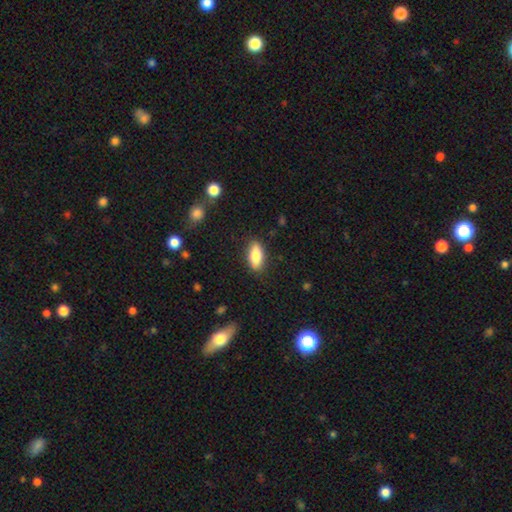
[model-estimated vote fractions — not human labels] Smooth or featured: smooth — 82% (featured or disk — 11%)
How rounded: in between — 81% (cigar-shaped — 16%)
Merging: none — 85% (minor disturbance — 11%)